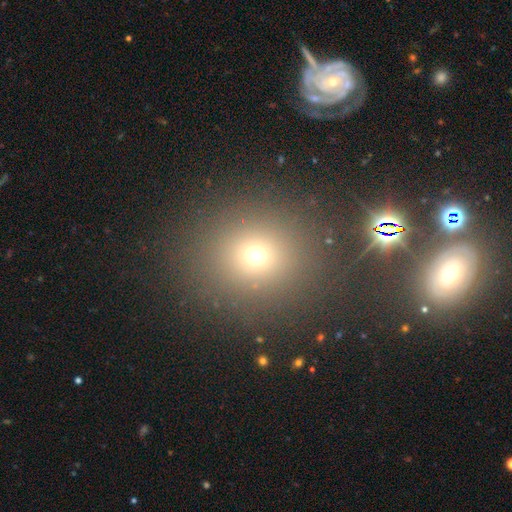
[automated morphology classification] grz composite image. It shows a smooth galaxy with no disk features (62%) that is round (85%). Merging: none (86%).